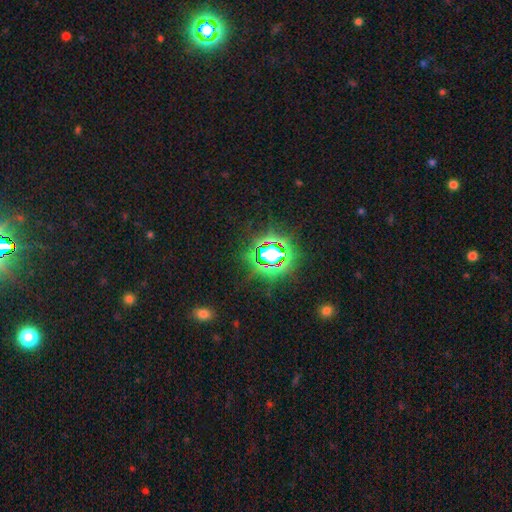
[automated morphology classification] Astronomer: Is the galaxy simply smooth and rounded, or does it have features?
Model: star or artifact — 81%.